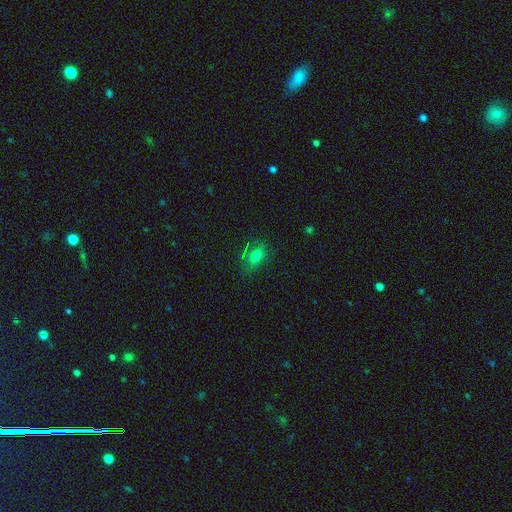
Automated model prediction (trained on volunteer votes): smooth_or_featured: smooth (p=0.68) [alt: star or artifact p=0.21]
how_rounded: in between (p=0.74) [alt: round p=0.21]
merging: none (p=0.74) [alt: minor disturbance p=0.16]